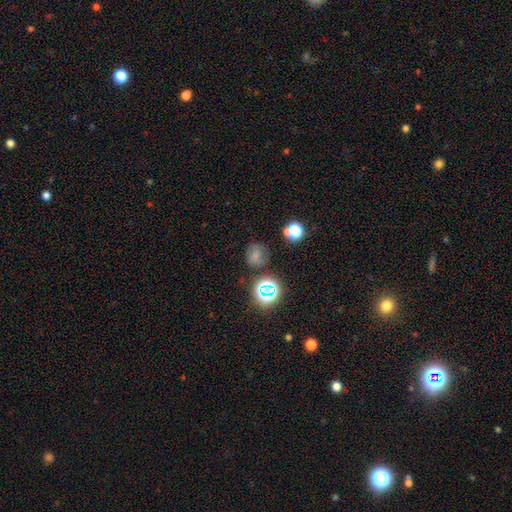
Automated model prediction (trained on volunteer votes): Smooth or featured: smooth — 64% (star or artifact — 25%)
How rounded: round — 82% (in between — 17%)
Merging: none — 73% (minor disturbance — 16%)